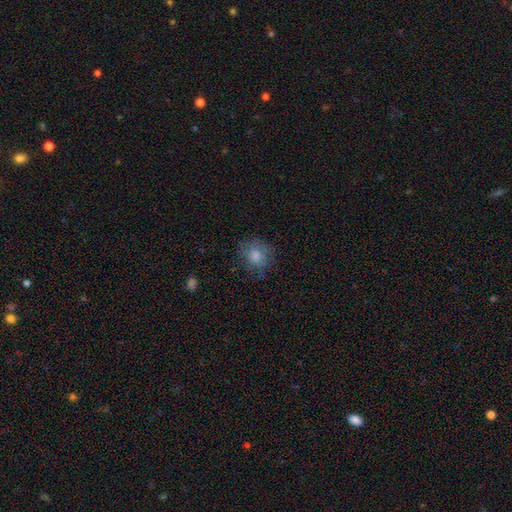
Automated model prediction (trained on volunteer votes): A smooth galaxy with no disk features (69%) that is round (79%). Merging: none (74%).